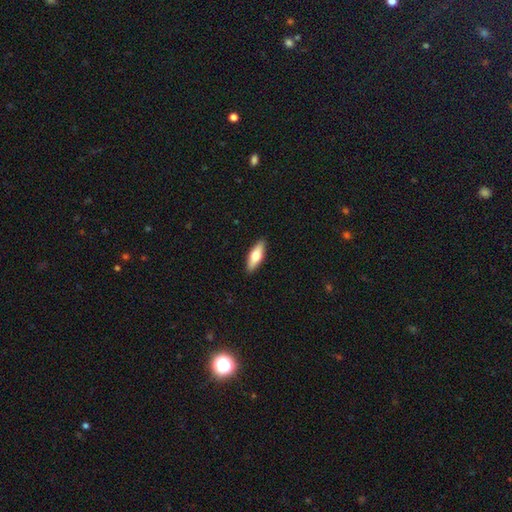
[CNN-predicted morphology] This is likely a smooth galaxy (66%). How rounded: possibly in between (57%). Merging: clearly none (90%).